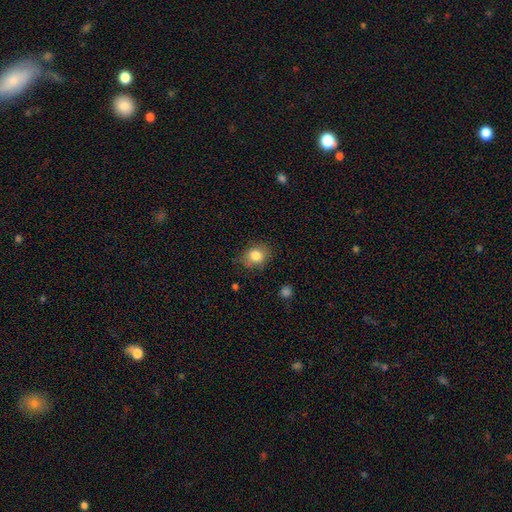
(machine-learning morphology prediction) Smooth or featured? Predicted: smooth (p=0.82). How rounded? Predicted: round (p=0.60). Merging? Predicted: none (p=0.75).